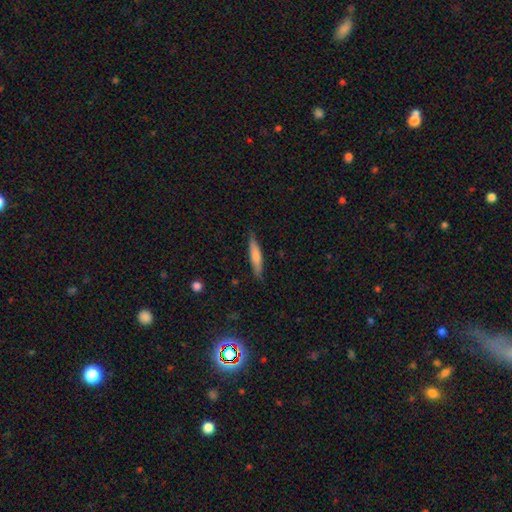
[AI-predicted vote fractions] Smooth or featured? Predicted: smooth (p=0.71). How rounded? Predicted: cigar-shaped (p=0.85). Merging? Predicted: none (p=0.84).